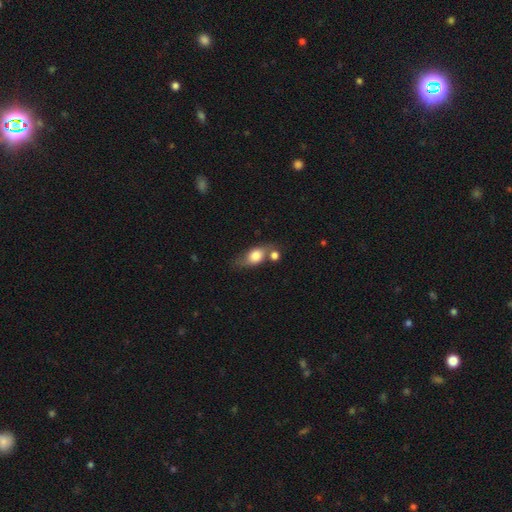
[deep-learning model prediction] Smooth or featured? smooth (70%)
How rounded? in between (69%)
Merging? none (44%)